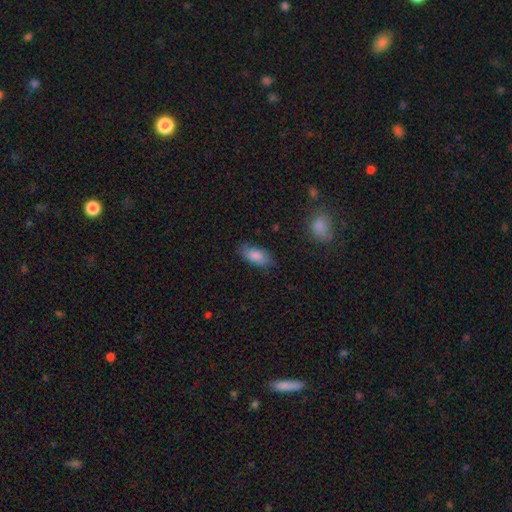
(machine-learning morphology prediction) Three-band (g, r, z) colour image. It shows a smooth galaxy with no disk features (85%) that is in between round and cigar-shaped (89%). Merging: none (78%).